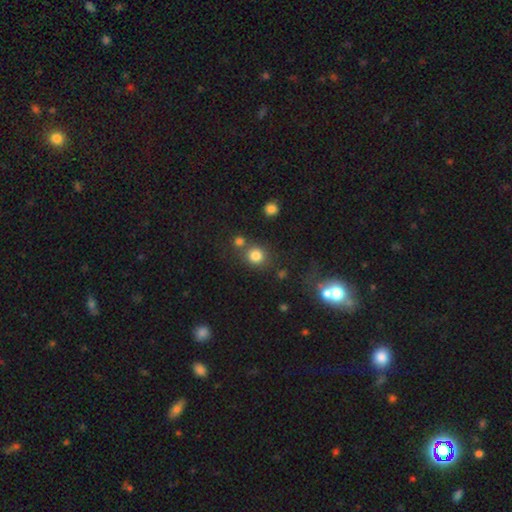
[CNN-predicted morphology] The model was most divided on "merging": none: 67%, merger: 20%, minor disturbance: 10%, major disturbance: 4%. More confident: how rounded — round (84%); smooth or featured — smooth (80%).